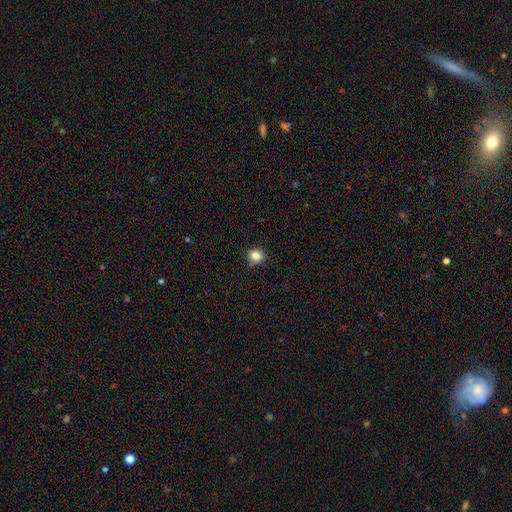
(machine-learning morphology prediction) A smooth galaxy with no disk features (83%) that is round (89%). Merging: none (87%).